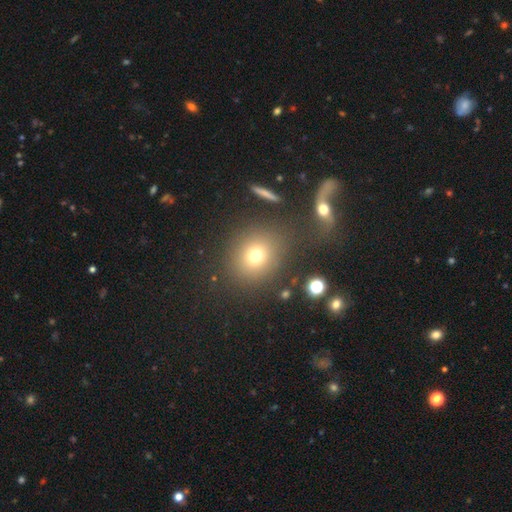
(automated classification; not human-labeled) smooth_or_featured: smooth (p=0.71) [alt: star or artifact p=0.18]
how_rounded: round (p=0.79) [alt: in between p=0.19]
merging: none (p=0.80) [alt: minor disturbance p=0.09]